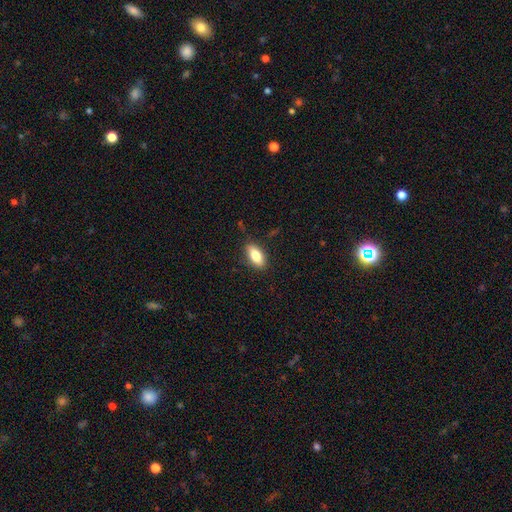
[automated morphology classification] smooth-or-featured: smooth: 81% | featured or disk: 12% | star or artifact: 7%
  how-rounded: in between: 86% | cigar-shaped: 11% | round: 4%
  merging: none: 84% | minor disturbance: 12% | major disturbance: 3% | merger: 1%